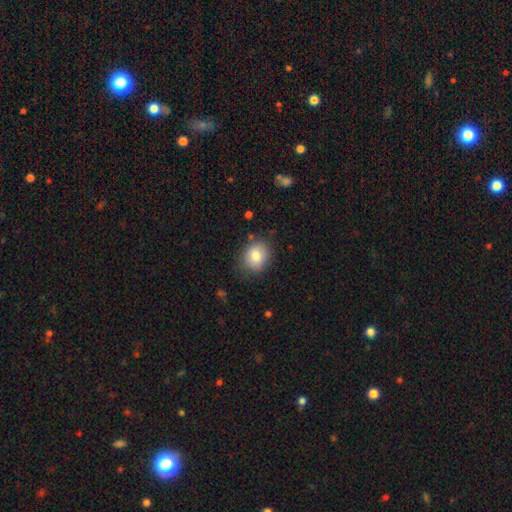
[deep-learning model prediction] Smooth or featured: smooth — 84% (star or artifact — 8%)
How rounded: round — 62% (in between — 38%)
Merging: none — 81% (minor disturbance — 14%)